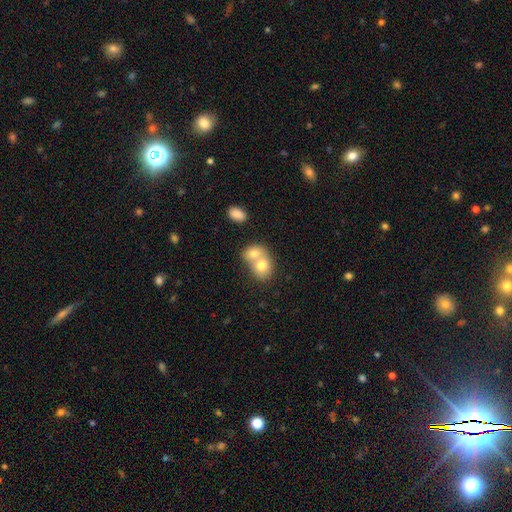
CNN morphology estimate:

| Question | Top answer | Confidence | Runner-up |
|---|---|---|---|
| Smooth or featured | smooth | 70% | featured or disk (22%) |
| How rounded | round | 52% | in between (47%) |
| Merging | merger | 74% | none (18%) |